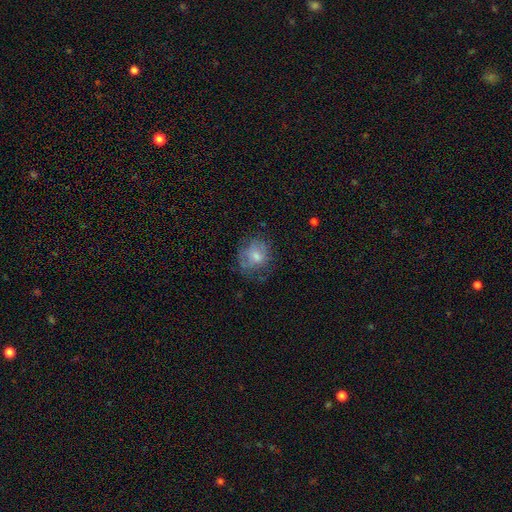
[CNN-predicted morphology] smooth 57%, featured or disk 31%, star or artifact 12%. Down the decision tree: how rounded — round (71%); merging — none (65%).